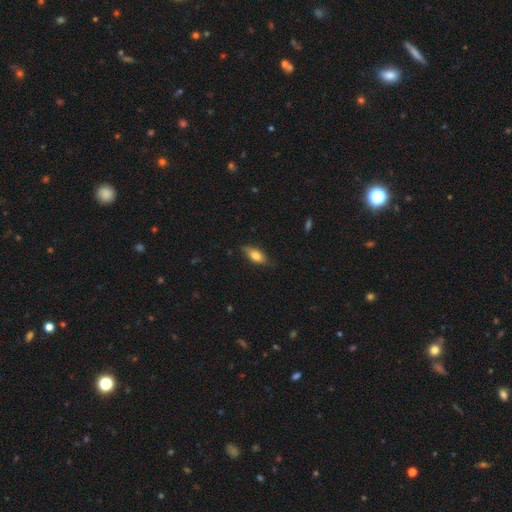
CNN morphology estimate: Overall: smooth (73%). How rounded: in between (80%). Merging: none (74%).